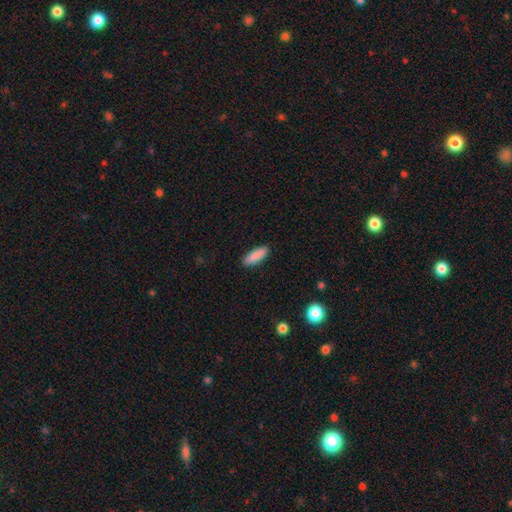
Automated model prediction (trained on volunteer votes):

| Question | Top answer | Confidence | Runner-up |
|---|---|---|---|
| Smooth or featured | smooth | 89% | star or artifact (6%) |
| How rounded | in between | 52% | cigar-shaped (46%) |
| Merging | none | 89% | minor disturbance (8%) |